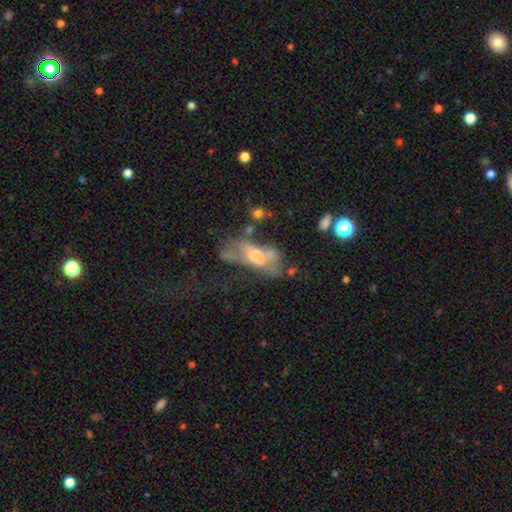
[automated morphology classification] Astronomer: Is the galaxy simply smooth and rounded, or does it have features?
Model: featured or disk — 52% (runner-up: smooth, 36%).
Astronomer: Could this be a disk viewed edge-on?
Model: no — 82%.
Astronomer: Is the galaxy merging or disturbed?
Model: major disturbance — 37% (runner-up: none, 26%).